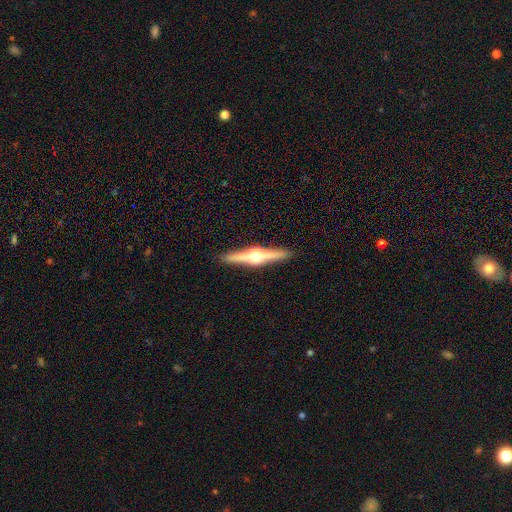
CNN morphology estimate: This appears to be a featured or disk galaxy (82%) viewed edge-on (98%) with a rounded central bulge (95%). Merging: none (92%).